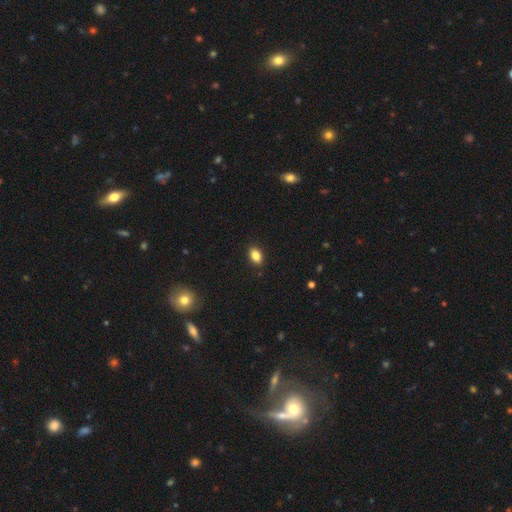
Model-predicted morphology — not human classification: This appears to be a smooth galaxy with no disk features (85%) that is in between round and cigar-shaped (85%). Merging: none (88%).